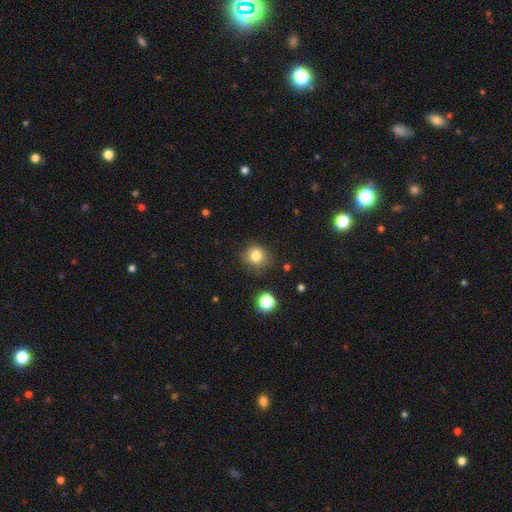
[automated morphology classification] smooth_or_featured: smooth (p=0.81) [alt: star or artifact p=0.13]
how_rounded: round (p=0.86) [alt: in between p=0.13]
merging: none (p=0.83) [alt: minor disturbance p=0.12]